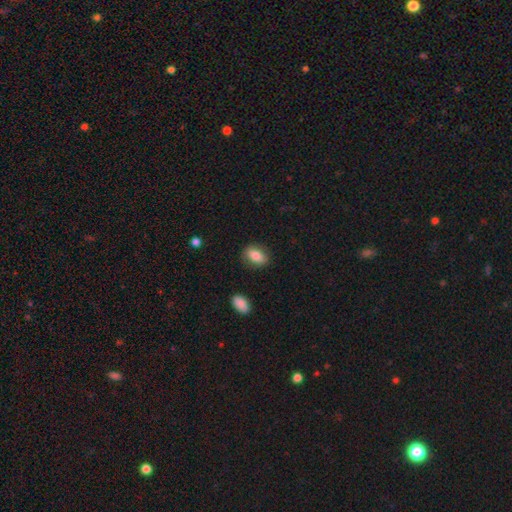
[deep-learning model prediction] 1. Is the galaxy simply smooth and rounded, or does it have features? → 80% smooth, 12% featured or disk, 7% star or artifact.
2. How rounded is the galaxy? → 84% in between, 12% round, 4% cigar-shaped.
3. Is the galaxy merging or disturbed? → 81% none, 13% minor disturbance, 4% major disturbance, 2% merger.